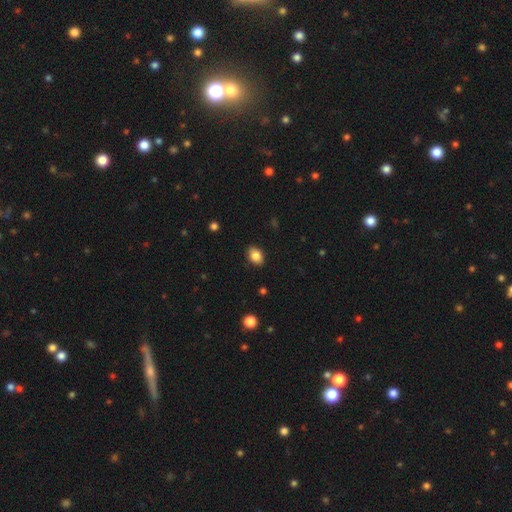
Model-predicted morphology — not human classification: smooth_or_featured: smooth (p=0.85) [alt: star or artifact p=0.09]
how_rounded: in between (p=0.76) [alt: round p=0.23]
merging: none (p=0.88) [alt: minor disturbance p=0.09]